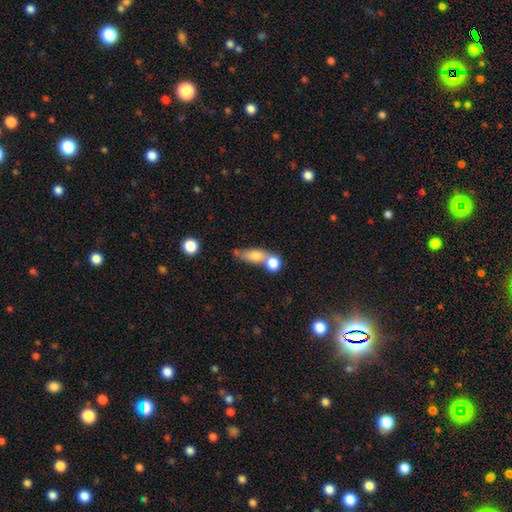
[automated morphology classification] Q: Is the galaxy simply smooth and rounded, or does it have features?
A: smooth — 73%.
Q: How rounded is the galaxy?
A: in between — 58%.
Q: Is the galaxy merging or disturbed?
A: merger — 47%.